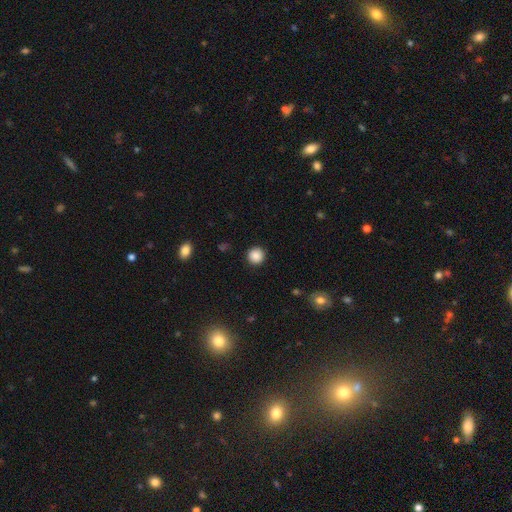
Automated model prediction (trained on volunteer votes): Q: Smooth or featured?
A: smooth (87%); runner-up: star or artifact (9%)
Q: How rounded?
A: round (95%); runner-up: in between (4%)
Q: Merging?
A: none (91%); runner-up: minor disturbance (6%)